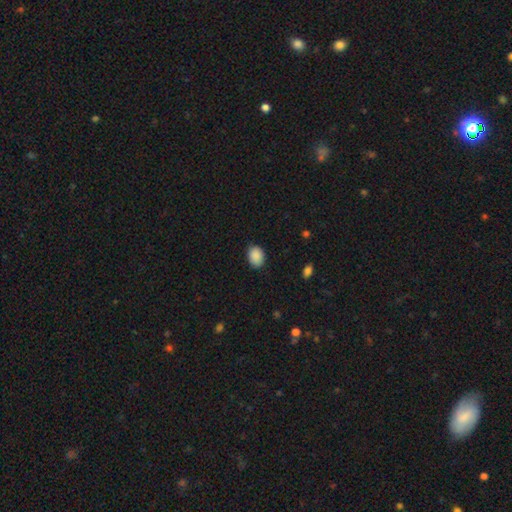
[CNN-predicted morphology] A smooth galaxy with no disk features (90%) that is in between round and cigar-shaped (73%). Merging: none (83%).